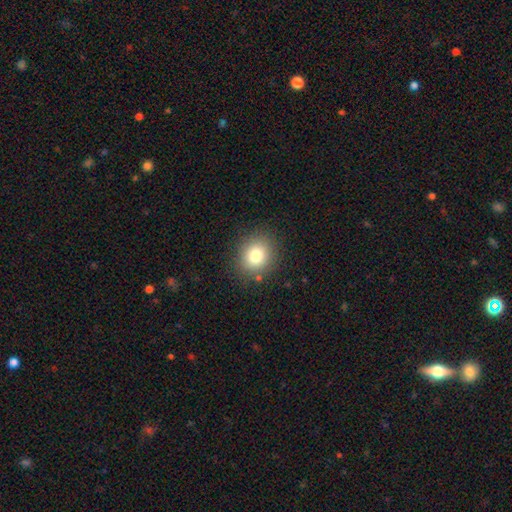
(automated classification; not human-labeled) Morphology: type=smooth (79%); roundness=round (74%); merging=none (86%).